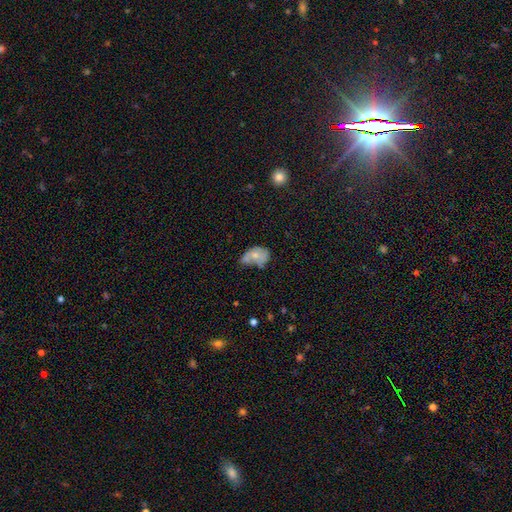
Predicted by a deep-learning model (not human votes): Smooth or featured? Predicted: smooth (p=0.52). How rounded? Predicted: in between (p=0.80). Merging? Predicted: minor disturbance (p=0.37).